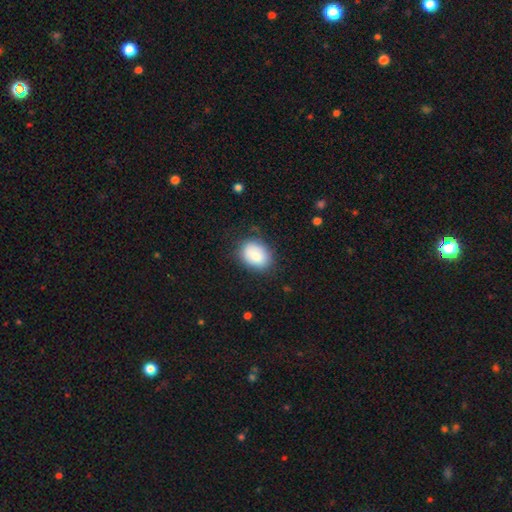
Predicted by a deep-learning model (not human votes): Smooth or featured? Predicted: smooth (p=0.84). How rounded? Predicted: in between (p=0.72). Merging? Predicted: none (p=0.77).